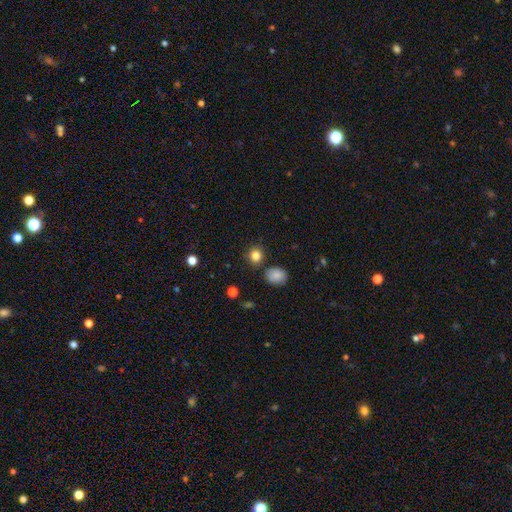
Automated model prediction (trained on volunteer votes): Q: Smooth or featured?
A: smooth (83%); runner-up: star or artifact (12%)
Q: How rounded?
A: round (81%); runner-up: in between (18%)
Q: Merging?
A: none (82%); runner-up: minor disturbance (9%)